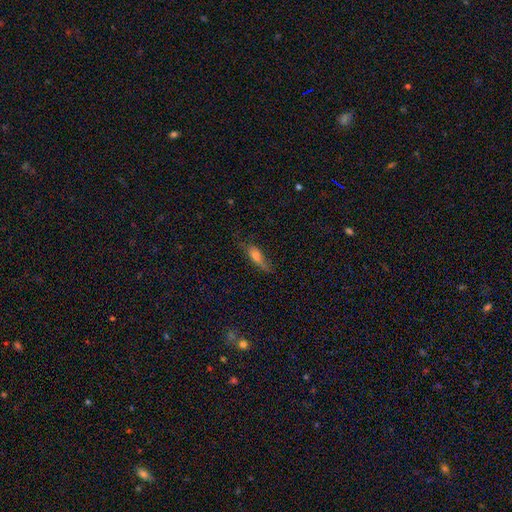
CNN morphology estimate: This is possibly a smooth galaxy (59%). How rounded: possibly cigar-shaped (49%). Merging: likely none (60%).